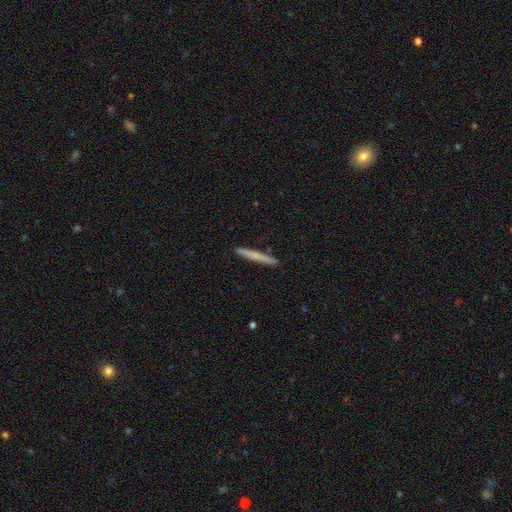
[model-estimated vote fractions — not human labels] Smooth or featured? Predicted: smooth (p=0.67). How rounded? Predicted: cigar-shaped (p=0.97). Merging? Predicted: none (p=0.92).